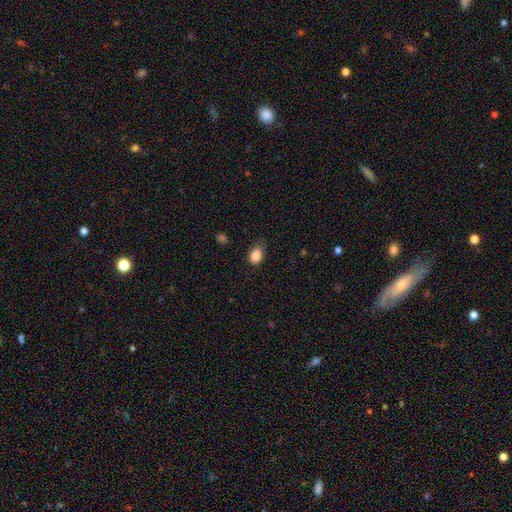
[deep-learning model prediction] Smooth or featured?
  - smooth: 87% *
  - star or artifact: 9%
  - featured or disk: 4%
How rounded?
  - in between: 80% *
  - round: 18%
  - cigar-shaped: 1%
Merging?
  - none: 70% *
  - minor disturbance: 24%
  - major disturbance: 5%
  - merger: 1%